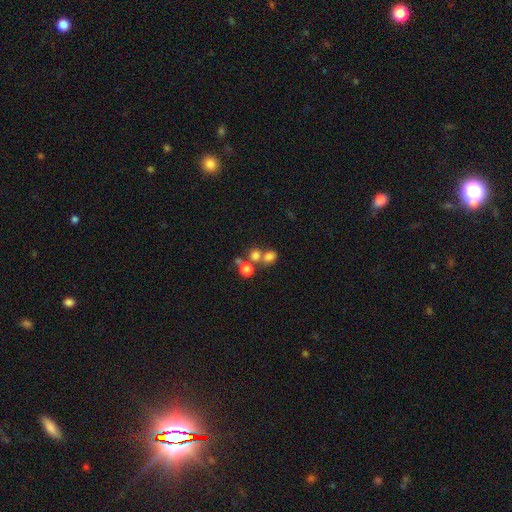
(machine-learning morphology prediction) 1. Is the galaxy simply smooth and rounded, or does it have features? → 72% smooth, 16% star or artifact, 12% featured or disk.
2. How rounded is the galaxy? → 76% round, 23% in between, 1% cigar-shaped.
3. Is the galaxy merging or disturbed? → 45% none, 43% merger, 8% minor disturbance, 5% major disturbance.